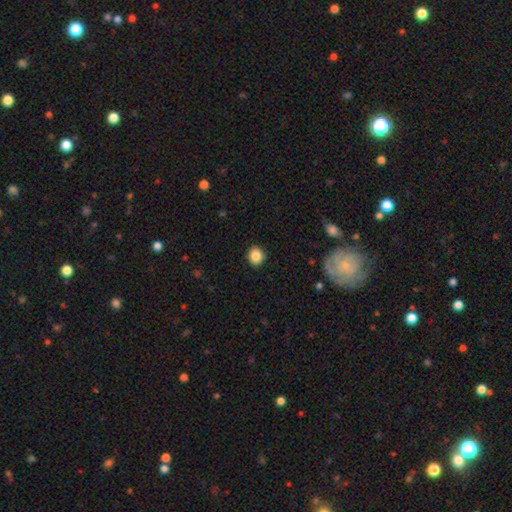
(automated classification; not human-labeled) Overall: smooth (86%). How rounded: round (75%). Merging: none (90%).